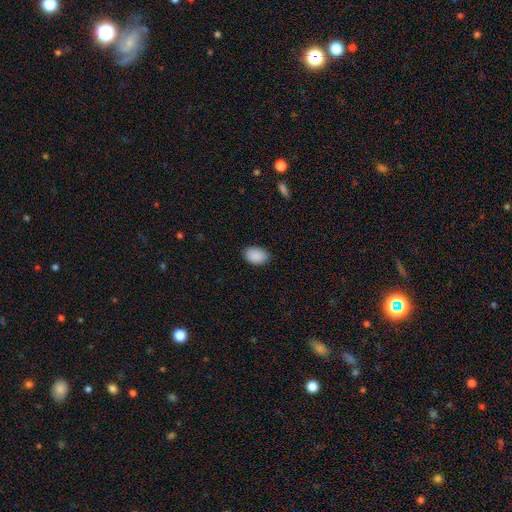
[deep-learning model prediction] A smooth galaxy with no disk features (90%) that is in between round and cigar-shaped (87%). Merging: none (85%).